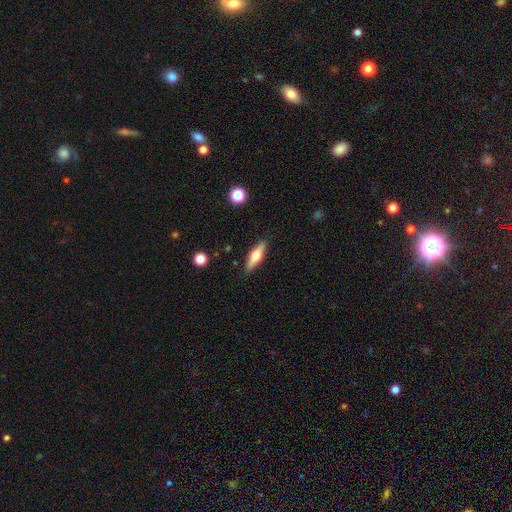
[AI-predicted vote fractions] Overall: featured or disk (47%; smooth 46%). Merging: none (87%).